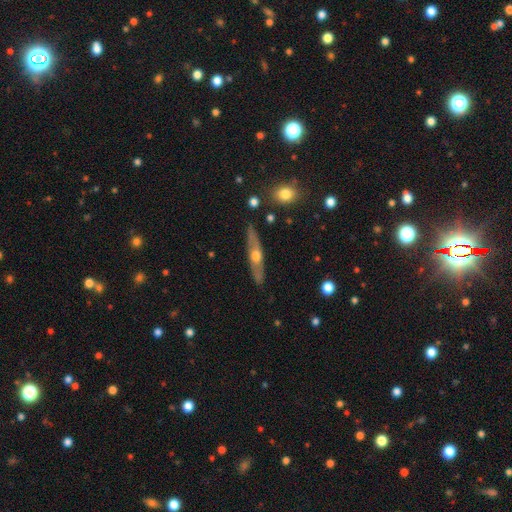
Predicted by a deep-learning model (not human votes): smooth-or-featured: featured or disk: 64% | smooth: 31% | star or artifact: 6%
  disk-edge-on: yes: 87% | no: 13%
    edge-on-bulge: rounded: 91% | none: 6% | boxy: 2%
  merging: none: 85% | minor disturbance: 11% | major disturbance: 2% | merger: 2%